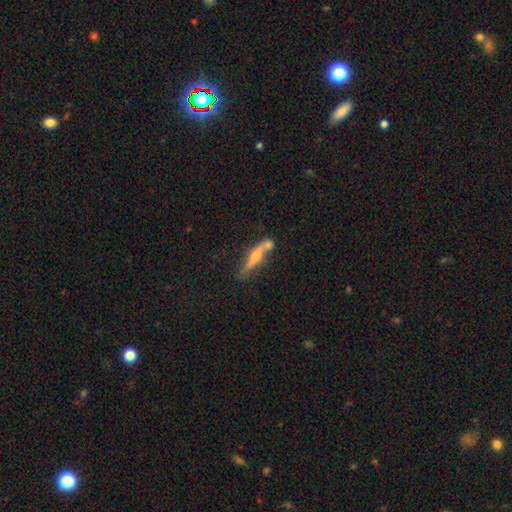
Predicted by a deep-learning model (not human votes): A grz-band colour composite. It shows a featured or disk galaxy (47%). Merging: none (51%).